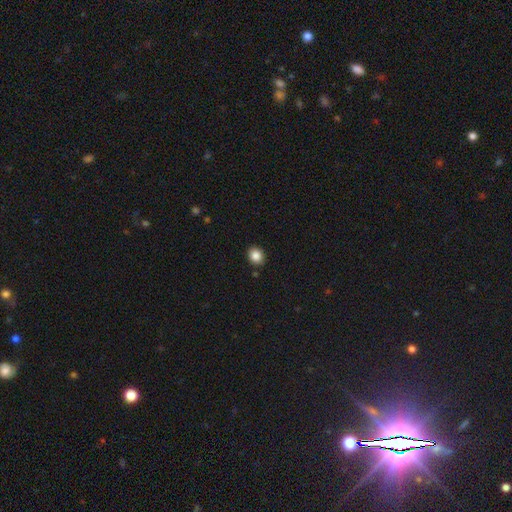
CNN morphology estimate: Q: Smooth or featured?
A: smooth (86%); runner-up: star or artifact (10%)
Q: How rounded?
A: round (70%); runner-up: in between (29%)
Q: Merging?
A: none (90%); runner-up: minor disturbance (7%)